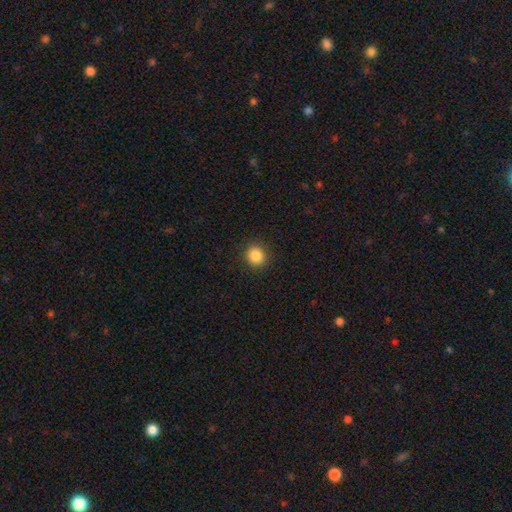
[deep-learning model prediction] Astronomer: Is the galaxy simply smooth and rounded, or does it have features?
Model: smooth — 86%.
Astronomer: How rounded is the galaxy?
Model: round — 87%.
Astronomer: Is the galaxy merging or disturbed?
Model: none — 91%.